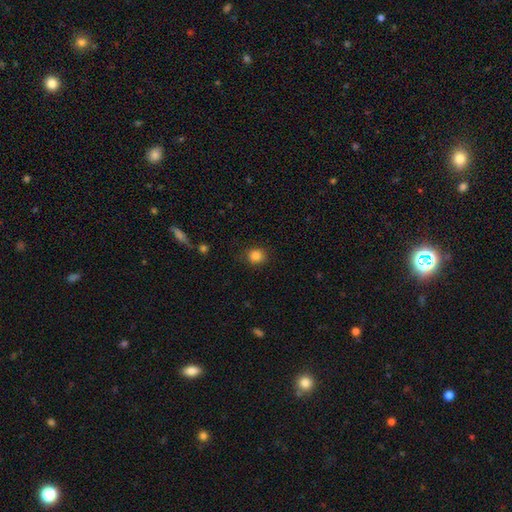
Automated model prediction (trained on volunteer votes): Q: Smooth or featured?
A: smooth (85%); runner-up: star or artifact (11%)
Q: How rounded?
A: round (80%); runner-up: in between (19%)
Q: Merging?
A: none (87%); runner-up: minor disturbance (9%)